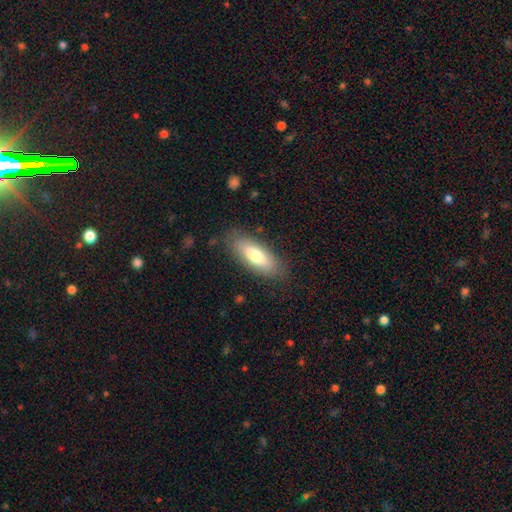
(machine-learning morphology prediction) A smooth galaxy with no disk features (72%) that is in between round and cigar-shaped (72%).

Vote fractions:
- Smooth or featured? smooth: 72% / featured or disk: 22% / star or artifact: 6%
- How rounded? in between: 72% / cigar-shaped: 26% / round: 2%
- Merging? none: 83% / minor disturbance: 12% / major disturbance: 4% / merger: 1%